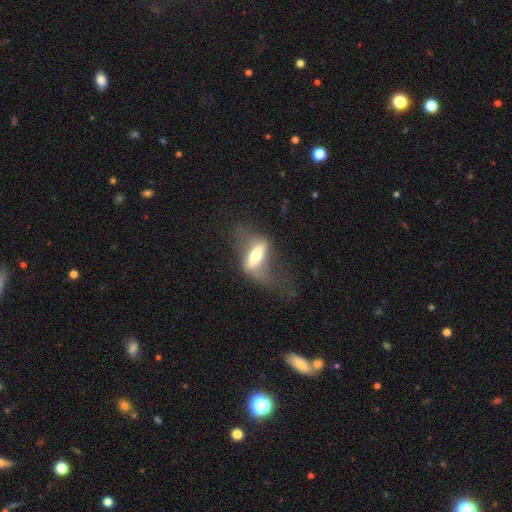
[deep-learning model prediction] featured or disk 57%, smooth 36%, star or artifact 7%. Down the decision tree: edge-on disk — no (53%); merging — none (40%).